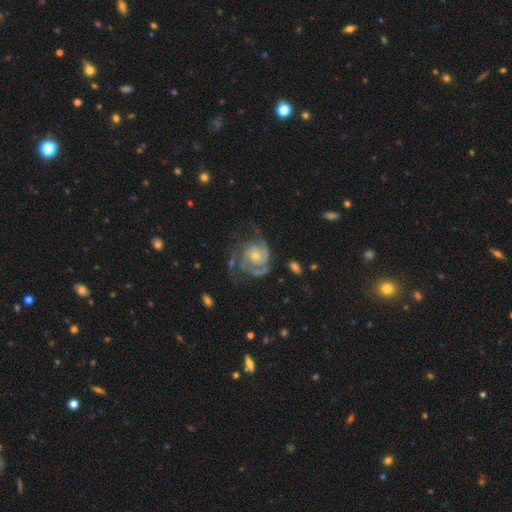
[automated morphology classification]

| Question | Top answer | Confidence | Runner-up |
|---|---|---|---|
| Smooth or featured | featured or disk | 89% | smooth (7%) |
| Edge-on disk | no | 98% | yes (2%) |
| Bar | no | 74% | weak (22%) |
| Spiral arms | yes | 97% | no (3%) |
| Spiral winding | tight | 62% | medium (30%) |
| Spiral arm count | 2 | 46% | 3 (25%) |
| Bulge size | small | 52% | moderate (43%) |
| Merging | none | 54% | minor disturbance (22%) |